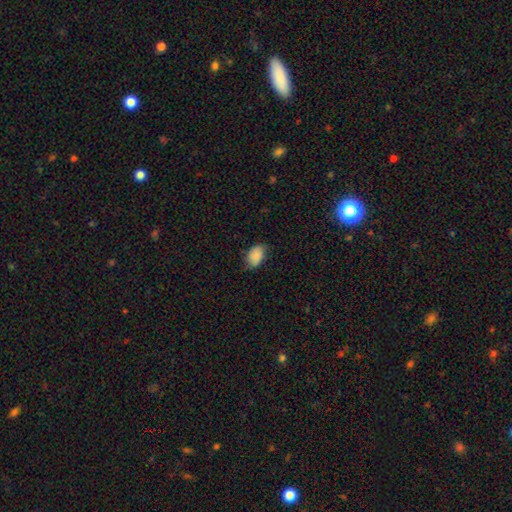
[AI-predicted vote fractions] Smooth or featured: smooth — 85% (featured or disk — 7%)
How rounded: in between — 88% (round — 11%)
Merging: none — 69% (minor disturbance — 25%)